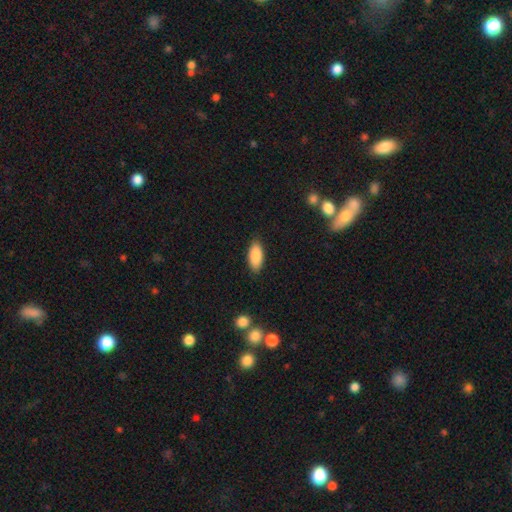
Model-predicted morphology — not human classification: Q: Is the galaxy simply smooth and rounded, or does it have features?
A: smooth — 88%.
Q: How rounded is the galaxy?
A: in between — 87%.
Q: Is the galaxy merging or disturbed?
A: none — 86%.